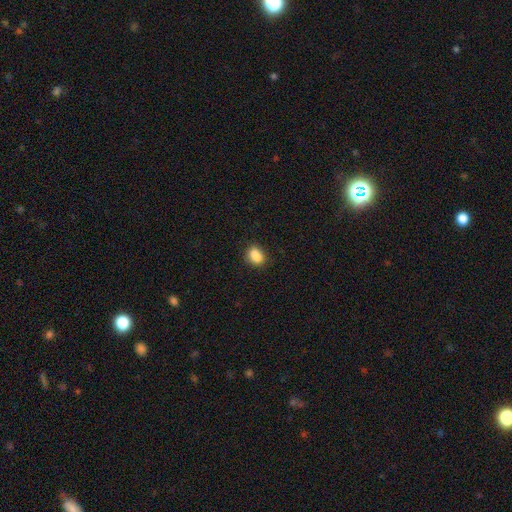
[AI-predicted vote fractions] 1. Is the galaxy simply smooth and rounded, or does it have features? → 86% smooth, 9% star or artifact, 4% featured or disk.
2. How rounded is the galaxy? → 75% in between, 22% round, 2% cigar-shaped.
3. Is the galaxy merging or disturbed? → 78% none, 16% minor disturbance, 3% major disturbance, 3% merger.